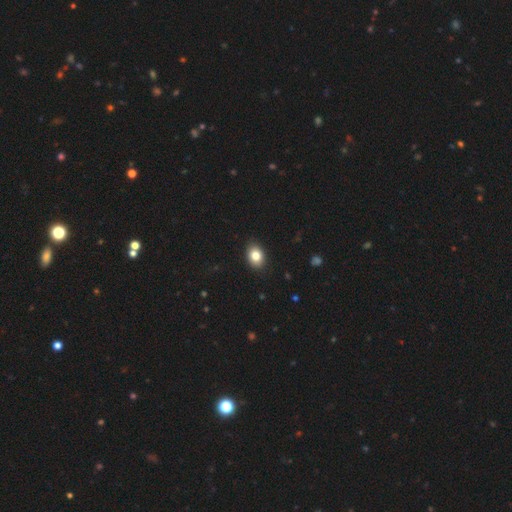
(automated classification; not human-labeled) Smooth or featured?
  - smooth: 84% *
  - star or artifact: 9%
  - featured or disk: 8%
How rounded?
  - in between: 74% *
  - round: 25%
  - cigar-shaped: 1%
Merging?
  - none: 89% *
  - minor disturbance: 8%
  - major disturbance: 2%
  - merger: 1%